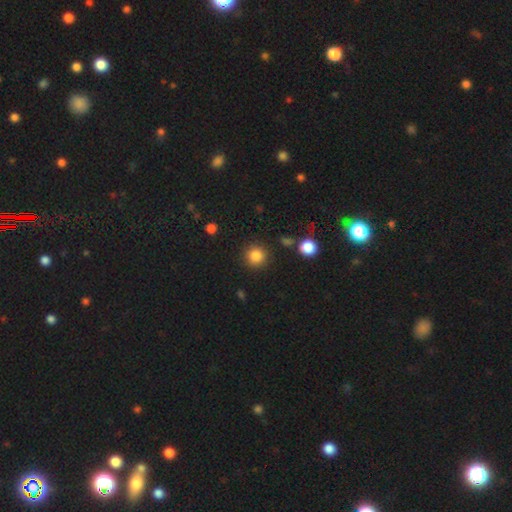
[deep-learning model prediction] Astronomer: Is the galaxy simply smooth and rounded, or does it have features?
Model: smooth — 84%.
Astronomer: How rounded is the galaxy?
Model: round — 93%.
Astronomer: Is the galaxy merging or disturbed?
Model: none — 89%.